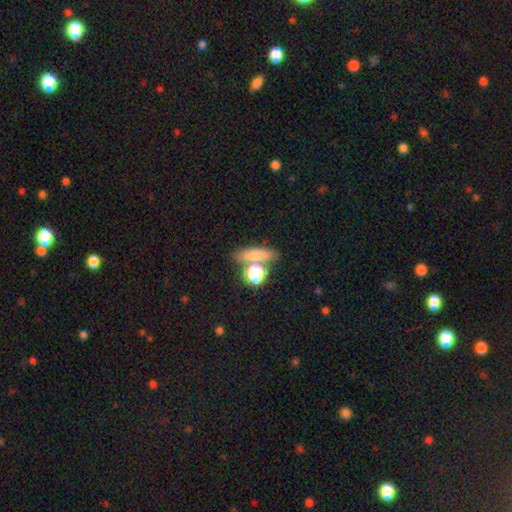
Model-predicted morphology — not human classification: Smooth or featured? Predicted: smooth (p=0.71). How rounded? Predicted: cigar-shaped (p=0.42). Merging? Predicted: none (p=0.67).